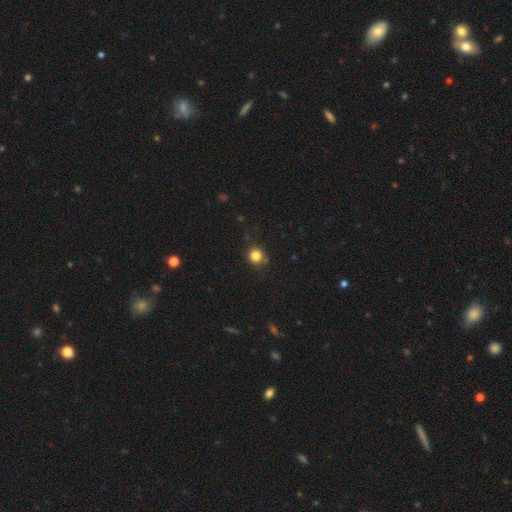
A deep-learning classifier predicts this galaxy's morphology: smooth 83%, star or artifact 12%, featured or disk 5%. Down the decision tree: how rounded — round (91%); merging — none (81%).